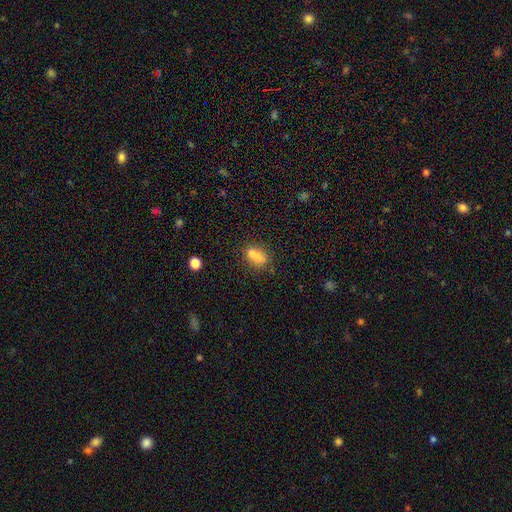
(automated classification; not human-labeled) This appears to be a smooth galaxy with no disk features (69%) that is in between round and cigar-shaped (63%). Merging: merger (42%).